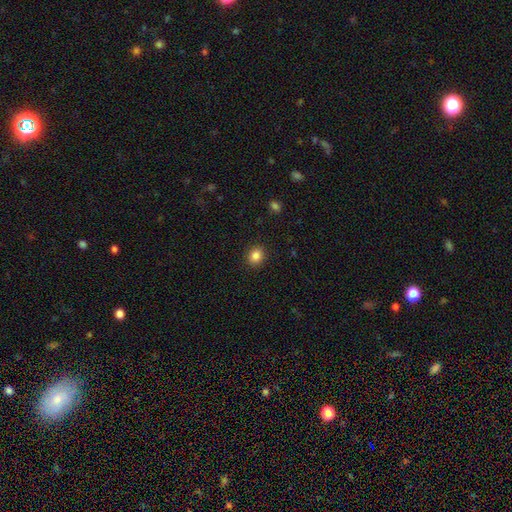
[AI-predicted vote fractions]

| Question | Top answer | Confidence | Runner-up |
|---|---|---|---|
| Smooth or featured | smooth | 85% | star or artifact (10%) |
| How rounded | round | 70% | in between (29%) |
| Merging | none | 90% | minor disturbance (7%) |